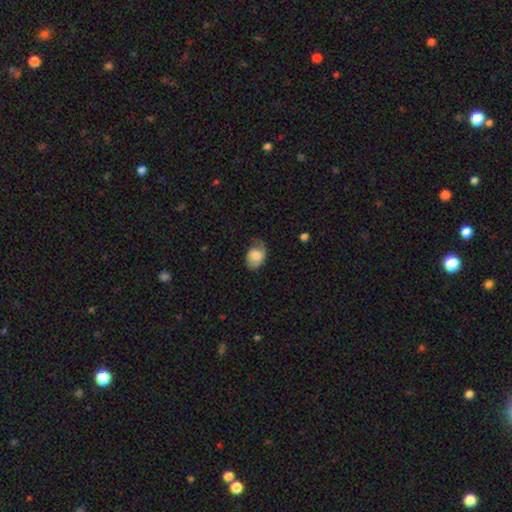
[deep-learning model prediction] Overall: smooth (69%). How rounded: in between (73%). Merging: none (40%; minor disturbance 36%).